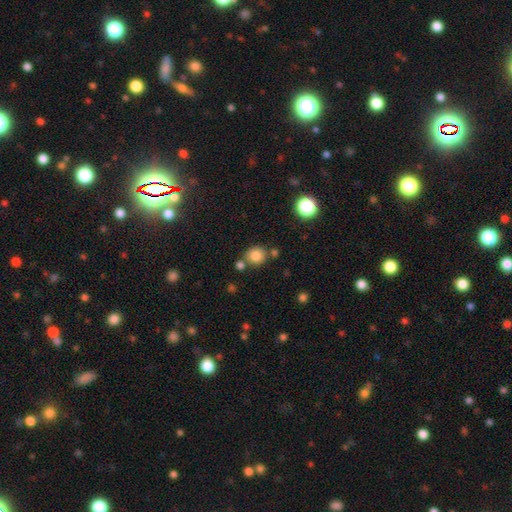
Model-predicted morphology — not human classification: The model was most divided on "merging": none: 72%, merger: 14%, minor disturbance: 10%, major disturbance: 3%. More confident: how rounded — round (85%); smooth or featured — smooth (83%).